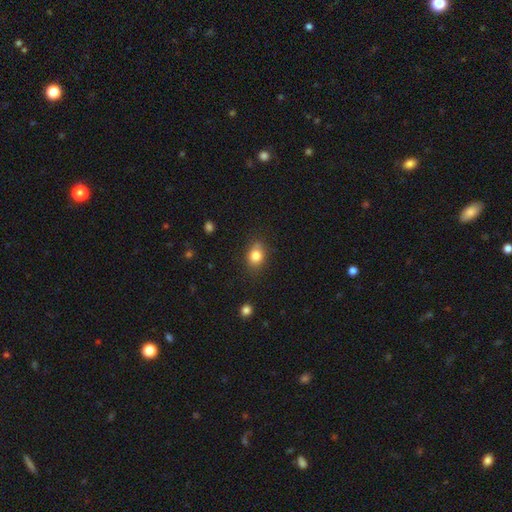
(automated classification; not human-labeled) Overall: smooth (82%). How rounded: in between (53%; round 46%). Merging: none (75%).